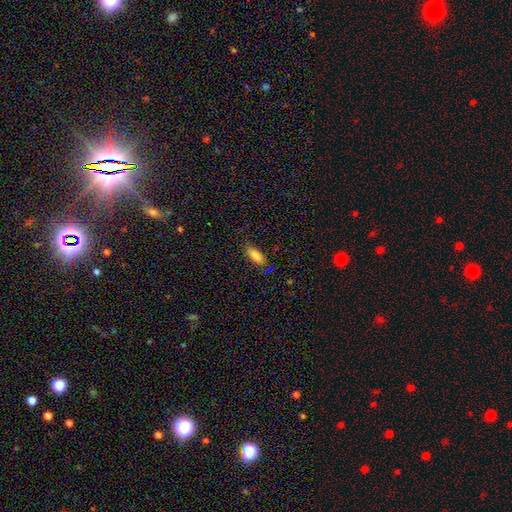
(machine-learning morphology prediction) smooth 83%, star or artifact 9%, featured or disk 7%. Down the decision tree: how rounded — in between (76%); merging — none (80%).